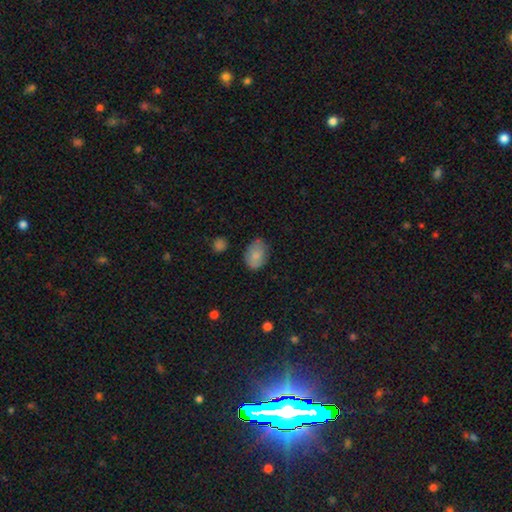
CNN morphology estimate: Q: Smooth or featured?
A: smooth (82%); runner-up: featured or disk (11%)
Q: How rounded?
A: in between (80%); runner-up: round (19%)
Q: Merging?
A: none (72%); runner-up: minor disturbance (21%)